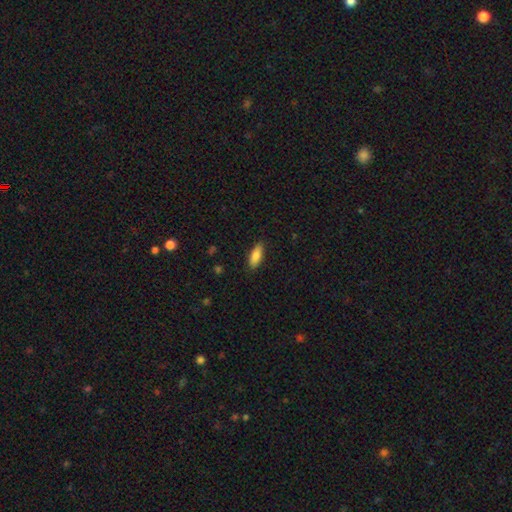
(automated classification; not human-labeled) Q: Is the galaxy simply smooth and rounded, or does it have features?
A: smooth — 83%.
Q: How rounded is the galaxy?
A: in between — 73%.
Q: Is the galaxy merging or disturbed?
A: none — 85%.